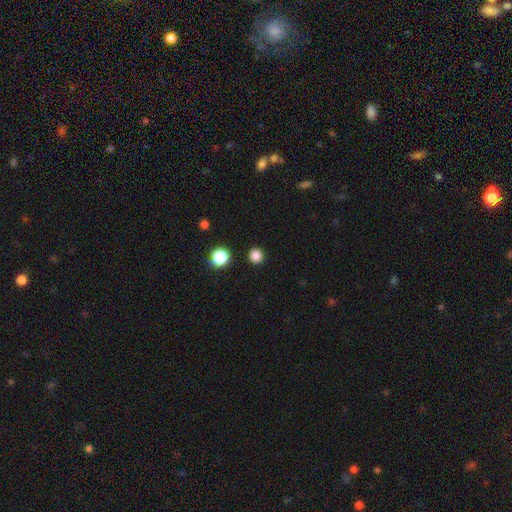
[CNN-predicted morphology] This is clearly a smooth galaxy (83%). How rounded: clearly round (95%). Merging: clearly none (92%).